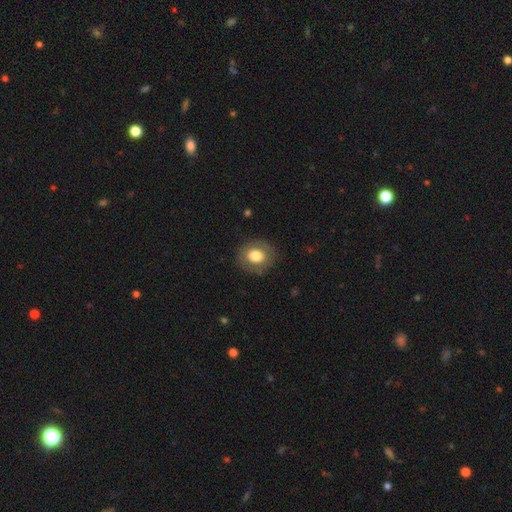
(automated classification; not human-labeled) smooth-or-featured: smooth: 73% | featured or disk: 19% | star or artifact: 8%
  how-rounded: round: 75% | in between: 24% | cigar-shaped: 1%
  merging: none: 85% | minor disturbance: 10% | major disturbance: 4% | merger: 1%